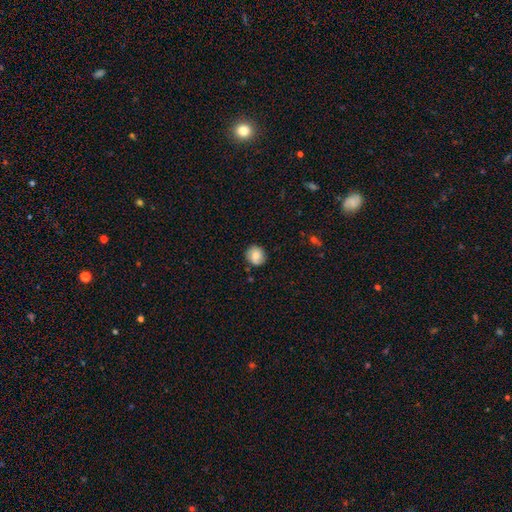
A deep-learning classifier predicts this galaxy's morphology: smooth-or-featured: smooth: 70% | featured or disk: 22% | star or artifact: 8%
  how-rounded: round: 82% | in between: 17% | cigar-shaped: 1%
  merging: none: 82% | minor disturbance: 14% | major disturbance: 3% | merger: 2%